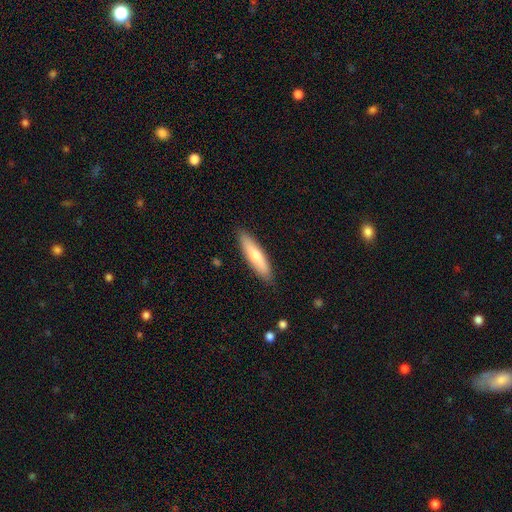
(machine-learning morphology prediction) This is likely a smooth galaxy (67%). How rounded: likely cigar-shaped (76%). Merging: clearly none (87%).